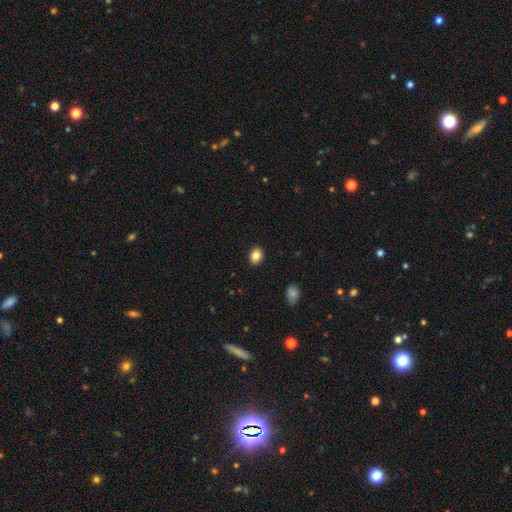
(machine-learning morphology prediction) Overall: smooth (85%). How rounded: in between (54%; round 45%). Merging: none (90%).